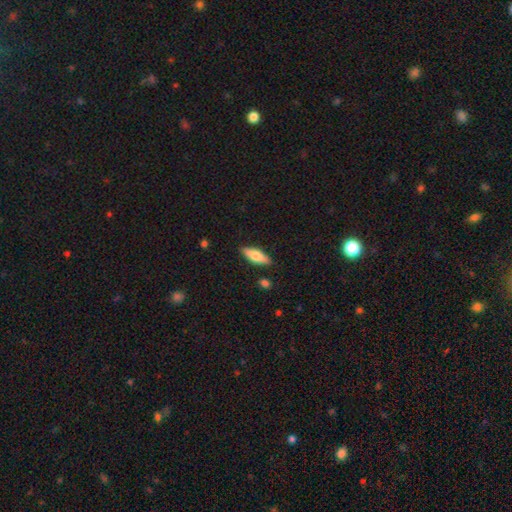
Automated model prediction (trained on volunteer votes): smooth 72%, featured or disk 22%, star or artifact 6%. Down the decision tree: how rounded — in between (61%); merging — none (86%).